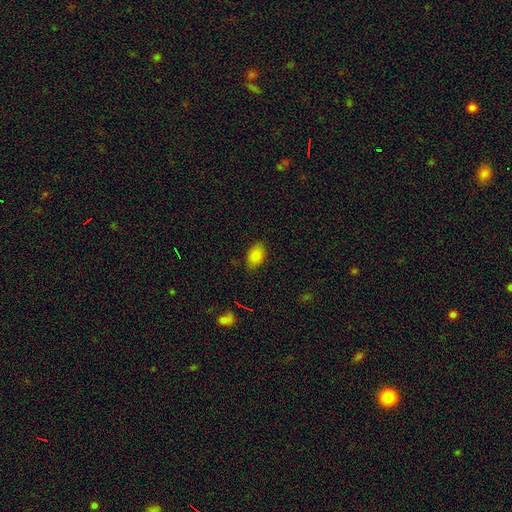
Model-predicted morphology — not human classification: The model was most divided on "merging": none: 82%, minor disturbance: 14%, major disturbance: 3%, merger: 1%. More confident: how rounded — in between (89%); smooth or featured — smooth (85%).